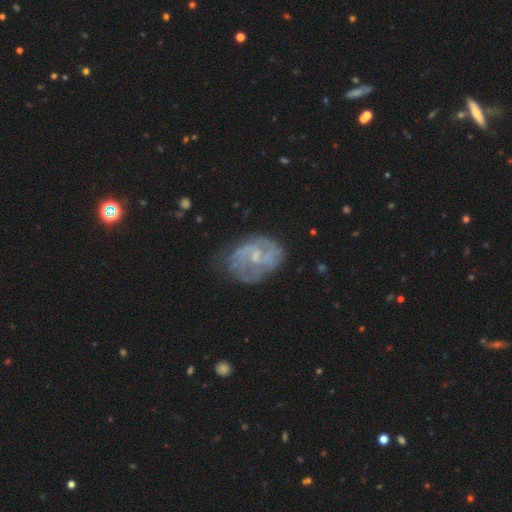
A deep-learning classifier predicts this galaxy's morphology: Smooth or featured?
  - featured or disk: 72% *
  - smooth: 19%
  - star or artifact: 9%
Edge-on disk?
  - no: 97% *
  - yes: 3%
Bar?
  - no: 50% *
  - weak: 43%
  - strong: 8%
Spiral arms?
  - yes: 72% *
  - no: 28%
Spiral winding?
  - medium: 41% *
  - tight: 36%
  - loose: 23%
Spiral arm count?
  - can't tell: 39% *
  - 2: 38%
  - 3: 11%
  - 1: 5%
  - 4: 4%
  - more than 4: 3%
Bulge size?
  - small: 55% *
  - moderate: 28%
  - none: 14%
  - large: 1%
  - dominant: 1%
Merging?
  - none: 61% *
  - minor disturbance: 23%
  - major disturbance: 13%
  - merger: 2%